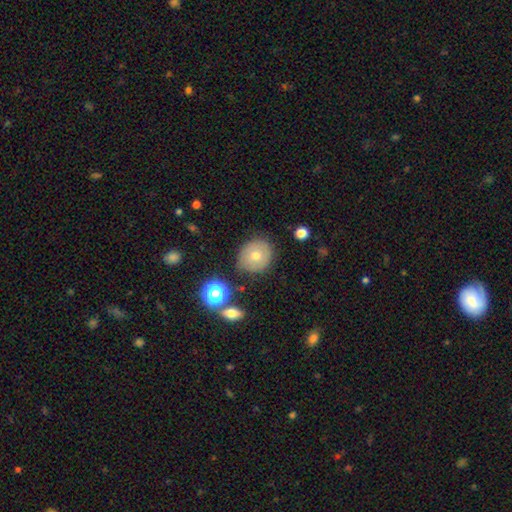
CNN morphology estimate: The model was most divided on "smooth or featured": smooth: 64%, featured or disk: 24%, star or artifact: 11%. More confident: how rounded — round (82%); merging — none (81%).